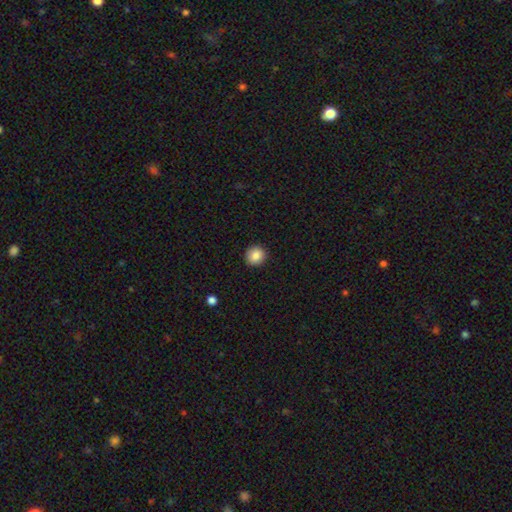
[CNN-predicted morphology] smooth_or_featured: smooth (p=0.86) [alt: star or artifact p=0.09]
how_rounded: round (p=0.91) [alt: in between p=0.08]
merging: none (p=0.91) [alt: minor disturbance p=0.06]